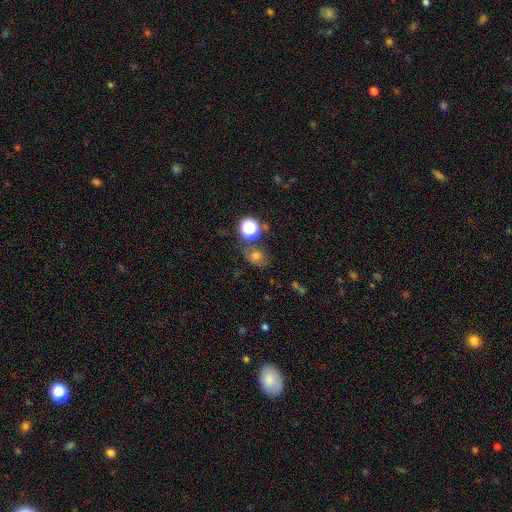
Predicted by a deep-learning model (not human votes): smooth 52%, star or artifact 33%, featured or disk 15%. Down the decision tree: how rounded — round (62%); merging — none (68%).